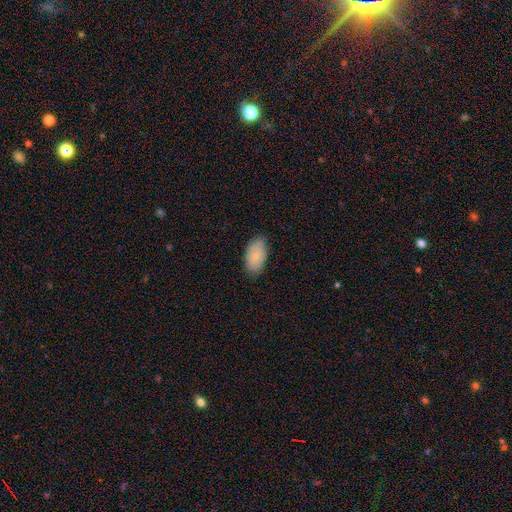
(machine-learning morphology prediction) Q: Smooth or featured?
A: smooth (80%); runner-up: featured or disk (13%)
Q: How rounded?
A: in between (94%); runner-up: round (4%)
Q: Merging?
A: none (83%); runner-up: minor disturbance (14%)